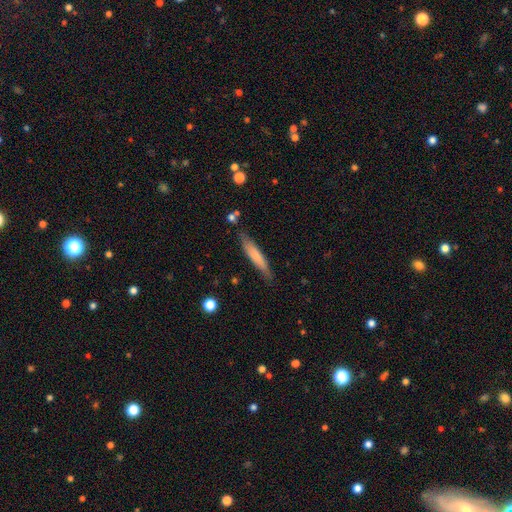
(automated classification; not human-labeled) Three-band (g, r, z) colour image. It shows a smooth galaxy with no disk features (72%) that is cigar-shaped (88%). Merging: none (80%).